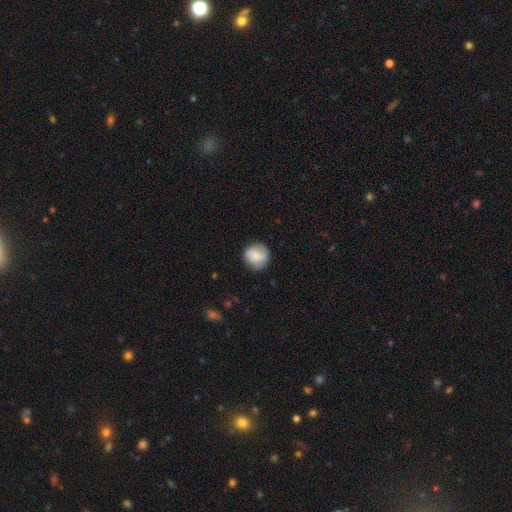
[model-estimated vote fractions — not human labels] A smooth galaxy with no disk features (70%) that is round (90%). Merging: none (80%).